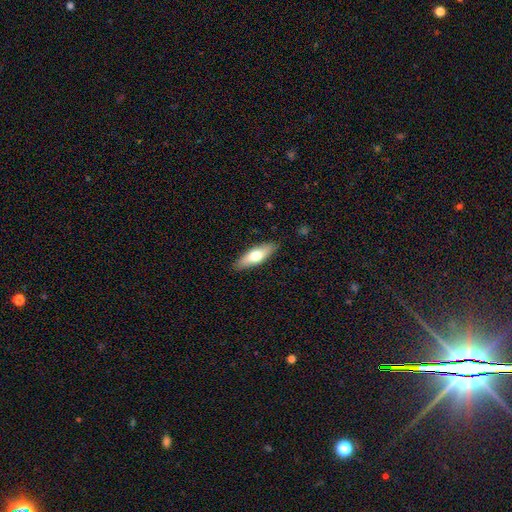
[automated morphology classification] This appears to be a smooth galaxy with no disk features (65%) that is in between round and cigar-shaped (56%). Merging: none (88%).